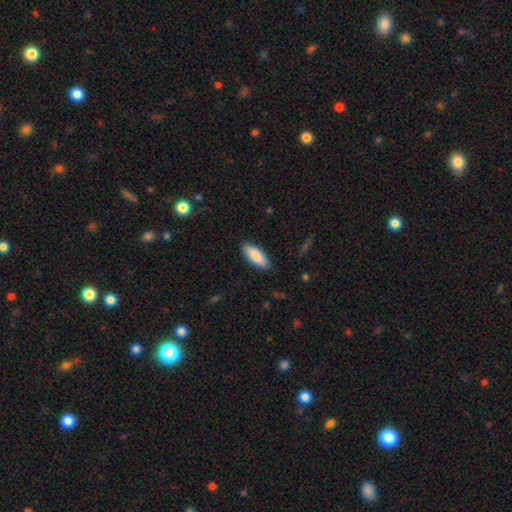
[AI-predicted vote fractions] Smooth or featured? Predicted: smooth (p=0.85). How rounded? Predicted: in between (p=0.72). Merging? Predicted: none (p=0.88).